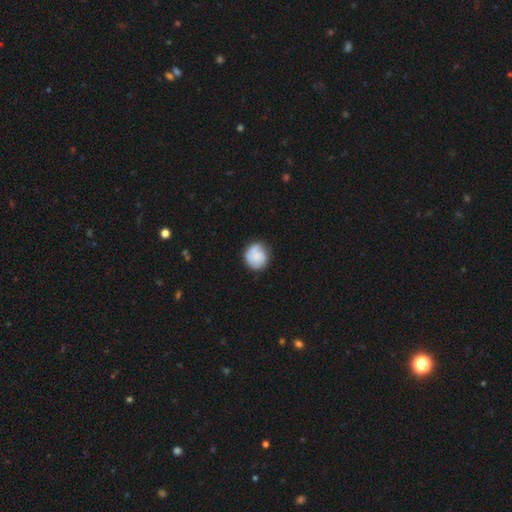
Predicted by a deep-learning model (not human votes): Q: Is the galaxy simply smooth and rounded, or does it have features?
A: smooth — 68%.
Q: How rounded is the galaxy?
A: round — 86%.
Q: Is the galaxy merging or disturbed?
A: none — 66%.